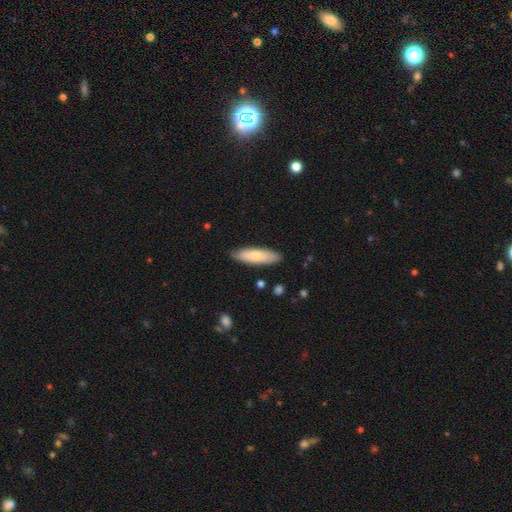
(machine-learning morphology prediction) Smooth or featured? Predicted: smooth (p=0.71). How rounded? Predicted: cigar-shaped (p=0.55). Merging? Predicted: none (p=0.81).